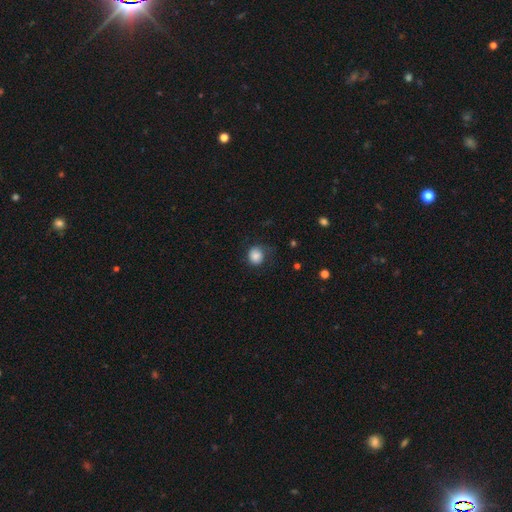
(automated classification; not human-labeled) This is clearly a smooth galaxy (83%). How rounded: clearly round (84%). Merging: likely none (68%).